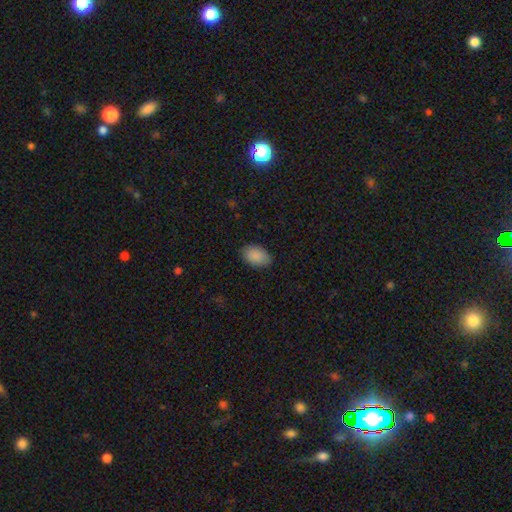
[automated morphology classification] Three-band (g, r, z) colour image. It shows a smooth galaxy with no disk features (89%) that is in between round and cigar-shaped (89%). Merging: none (85%).